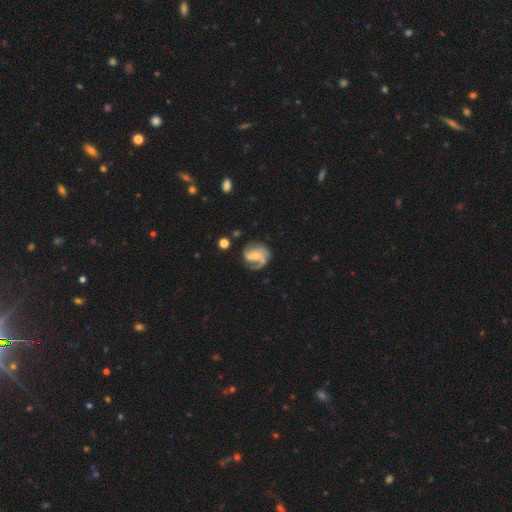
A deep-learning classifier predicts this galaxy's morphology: This is clearly a featured or disk galaxy (81%). It is clearly not viewed edge-on (98%). Bar: possibly no (53%). Spiral arm pattern: clearly yes (94%). Spiral arm count: marginally 2 (39%). Spiral winding: possibly medium (46%). Central bulge: possibly small (59%). Merging: possibly none (57%).